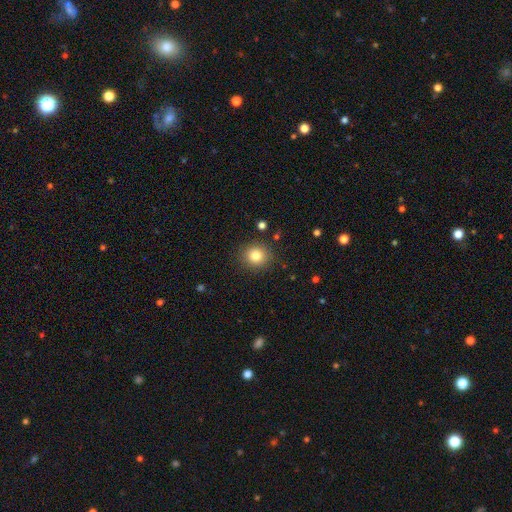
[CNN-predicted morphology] Smooth or featured?
  - smooth: 82% *
  - star or artifact: 11%
  - featured or disk: 7%
How rounded?
  - round: 85% *
  - in between: 14%
  - cigar-shaped: 1%
Merging?
  - none: 88% *
  - minor disturbance: 8%
  - major disturbance: 3%
  - merger: 2%